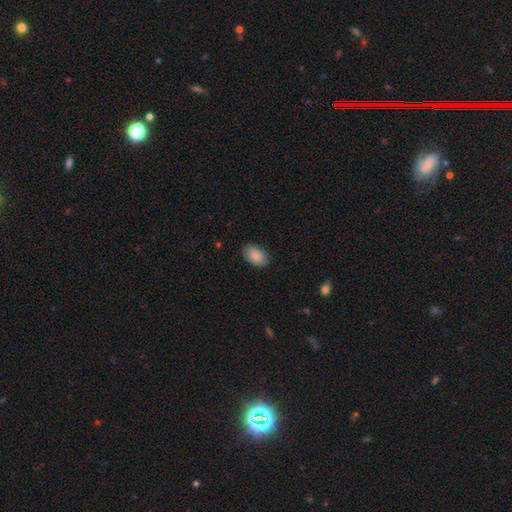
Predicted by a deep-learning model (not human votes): Morphology: type=smooth (88%); roundness=in between (90%); merging=none (86%).